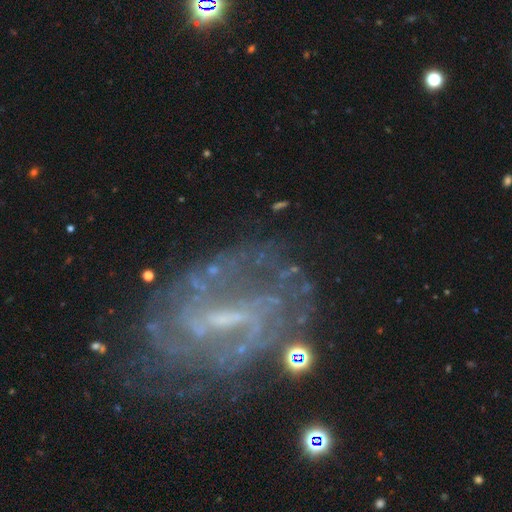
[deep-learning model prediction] A featured or disk galaxy (84%) with a weak bar (51%), tight (44%) spiral arms (84%) and a small central bulge (51%). Merging: none (65%).